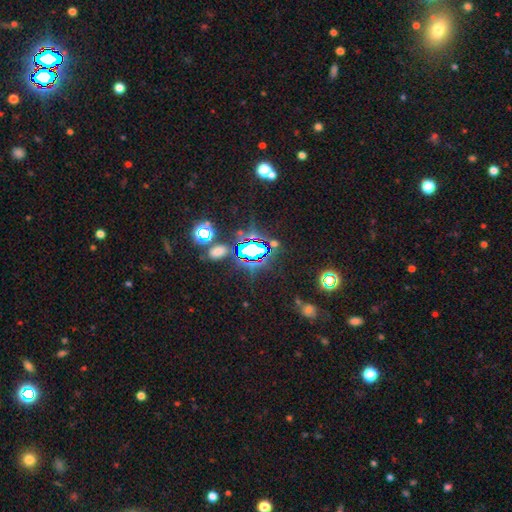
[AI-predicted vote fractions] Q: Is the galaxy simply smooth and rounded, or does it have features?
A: star or artifact — 74%.